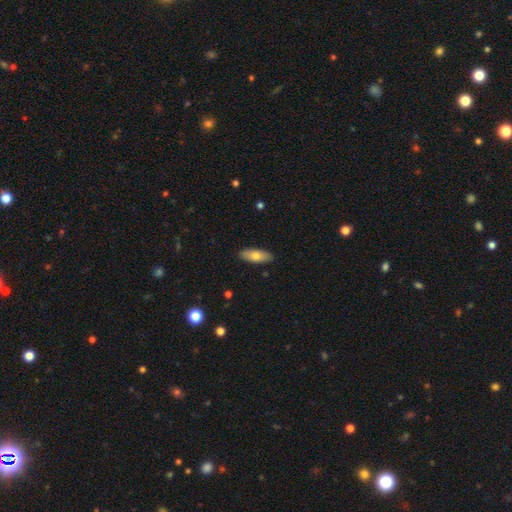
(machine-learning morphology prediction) Q: Smooth or featured?
A: smooth (74%); runner-up: featured or disk (20%)
Q: How rounded?
A: in between (73%); runner-up: cigar-shaped (25%)
Q: Merging?
A: none (89%); runner-up: minor disturbance (8%)